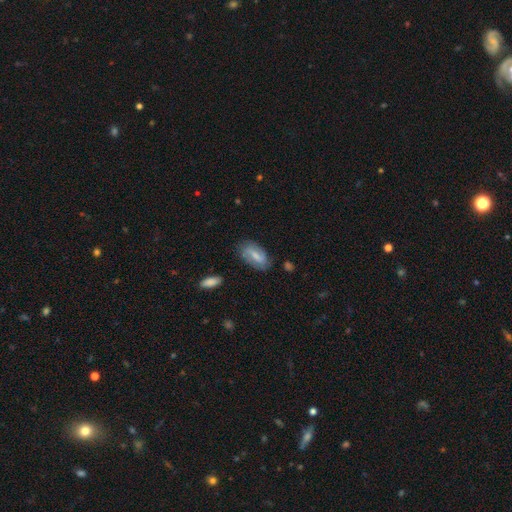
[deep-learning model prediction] Smooth or featured? Predicted: smooth (p=0.48). Merging? Predicted: none (p=0.73).